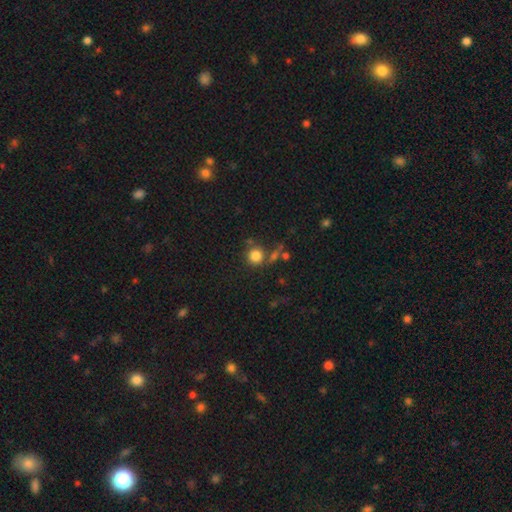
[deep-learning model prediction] Q: Smooth or featured?
A: smooth (82%); runner-up: star or artifact (12%)
Q: How rounded?
A: round (91%); runner-up: in between (8%)
Q: Merging?
A: none (72%); runner-up: merger (12%)